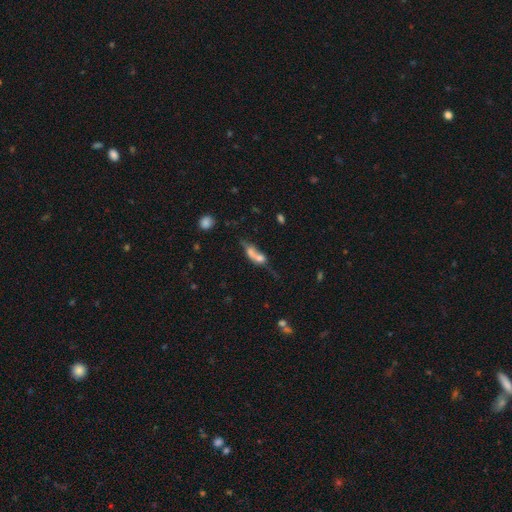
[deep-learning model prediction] smooth 56%, featured or disk 31%, star or artifact 13%. Down the decision tree: how rounded — in between (56%); merging — merger (64%).